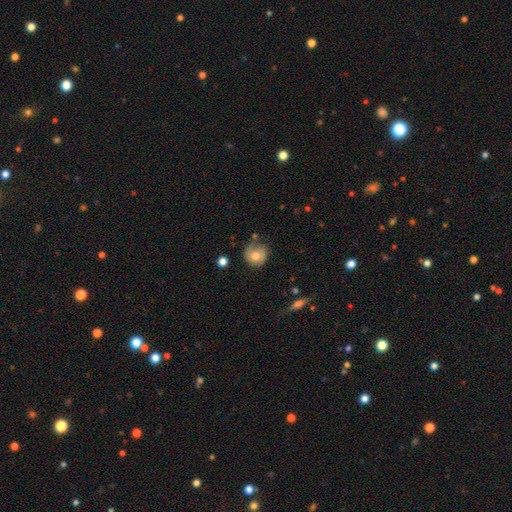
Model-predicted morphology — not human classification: A smooth galaxy with no disk features (66%) that is round (84%).

Vote fractions:
- Smooth or featured? smooth: 66% / featured or disk: 25% / star or artifact: 8%
- How rounded? round: 84% / in between: 15% / cigar-shaped: 1%
- Merging? none: 63% / minor disturbance: 25% / major disturbance: 8% / merger: 4%